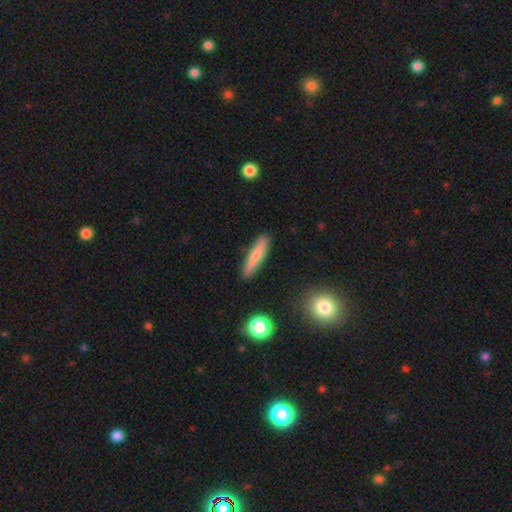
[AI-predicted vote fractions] A smooth galaxy with no disk features (59%) that is cigar-shaped (85%). Merging: none (88%).